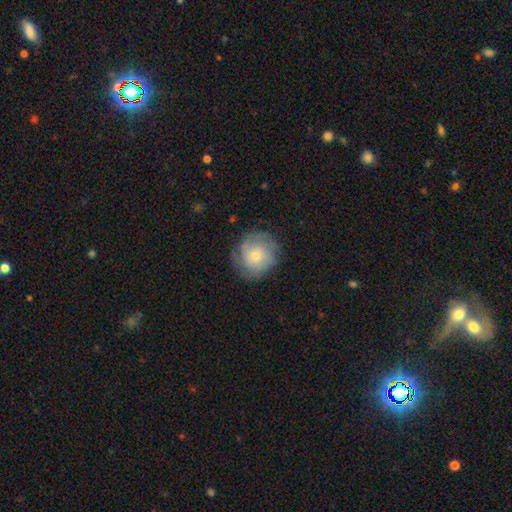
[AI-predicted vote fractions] Overall: smooth (51%; featured or disk 41%). How rounded: round (90%). Merging: none (76%).